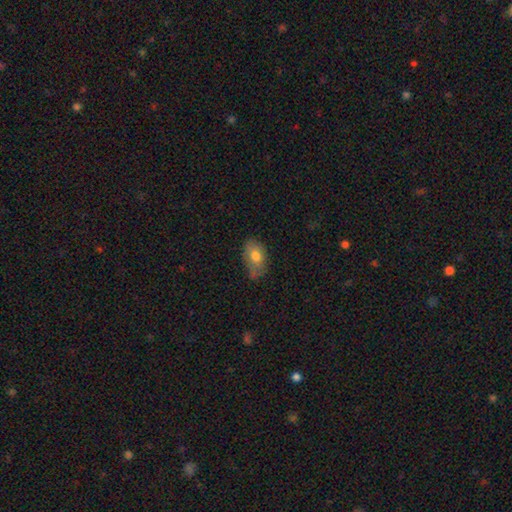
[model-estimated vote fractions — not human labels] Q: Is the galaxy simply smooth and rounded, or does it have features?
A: smooth — 76%.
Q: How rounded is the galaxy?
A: in between — 88%.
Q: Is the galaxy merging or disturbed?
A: none — 53%.